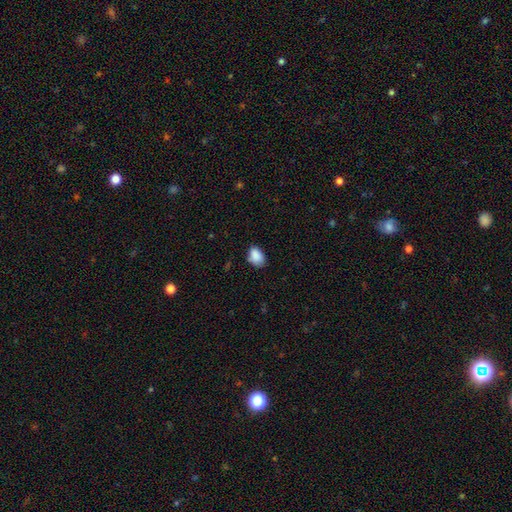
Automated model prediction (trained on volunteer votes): This is clearly a smooth galaxy (88%). How rounded: clearly in between (84%). Merging: likely none (68%).